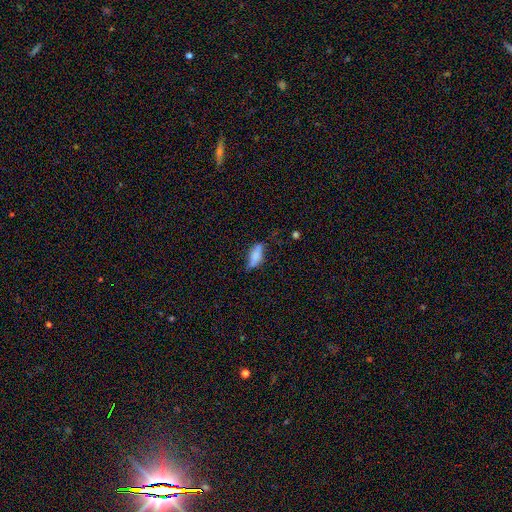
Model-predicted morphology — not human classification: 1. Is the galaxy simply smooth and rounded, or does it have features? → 70% smooth, 22% featured or disk, 9% star or artifact.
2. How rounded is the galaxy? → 75% in between, 22% cigar-shaped, 3% round.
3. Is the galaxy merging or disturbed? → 46% none, 34% minor disturbance, 15% major disturbance, 5% merger.